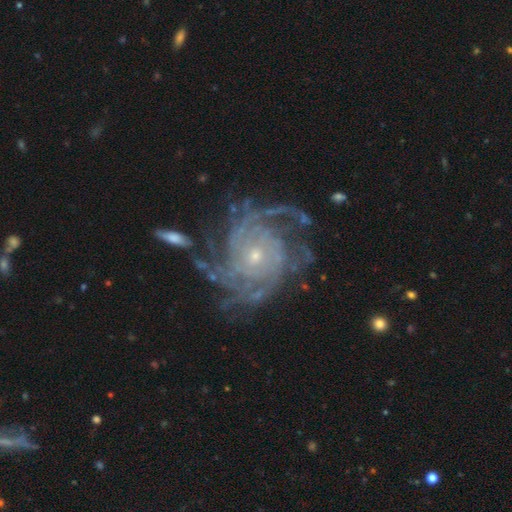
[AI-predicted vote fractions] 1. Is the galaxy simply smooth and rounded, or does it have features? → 90% featured or disk, 6% star or artifact, 4% smooth.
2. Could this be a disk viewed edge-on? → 97% no, 3% yes.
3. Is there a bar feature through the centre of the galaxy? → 76% no, 18% weak, 5% strong.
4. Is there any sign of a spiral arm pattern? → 97% yes, 3% no.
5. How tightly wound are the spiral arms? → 66% tight, 28% medium, 7% loose.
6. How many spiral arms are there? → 24% can't tell, 23% 4, 17% more than 4, 16% 3, 13% 2, 7% 1.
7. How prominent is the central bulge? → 75% small, 21% moderate, 1% large, 1% none, 1% dominant.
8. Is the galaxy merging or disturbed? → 62% none, 19% minor disturbance, 15% major disturbance, 4% merger.